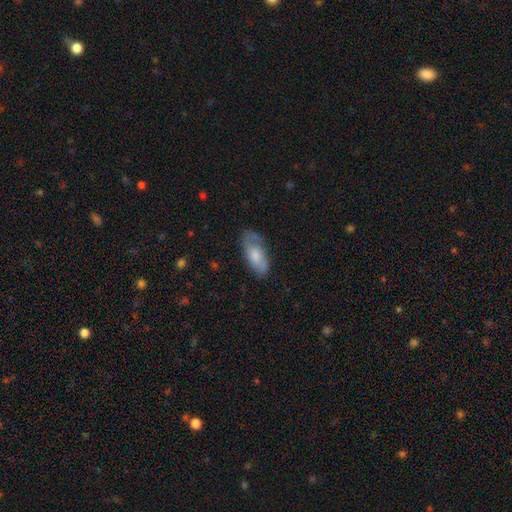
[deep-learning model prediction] This appears to be a smooth galaxy with no disk features (63%) that is in between round and cigar-shaped (84%). Merging: none (62%).